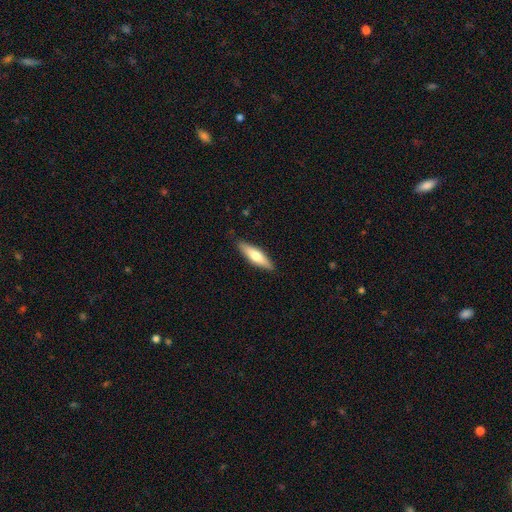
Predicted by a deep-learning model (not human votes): Smooth or featured: smooth — 62% (featured or disk — 33%)
How rounded: cigar-shaped — 67% (in between — 31%)
Merging: none — 87% (minor disturbance — 10%)